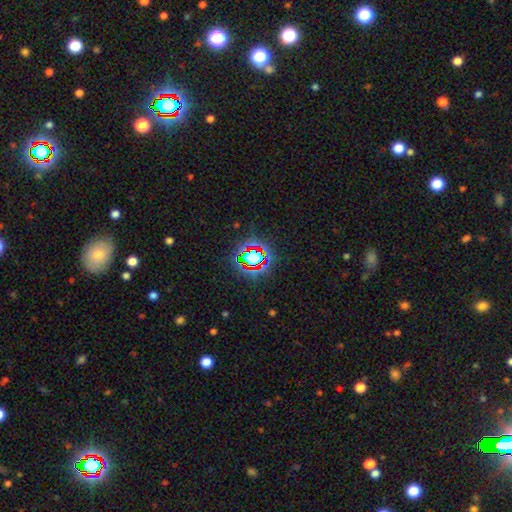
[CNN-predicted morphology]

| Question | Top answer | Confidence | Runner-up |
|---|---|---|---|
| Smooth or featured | star or artifact | 68% | smooth (20%) |